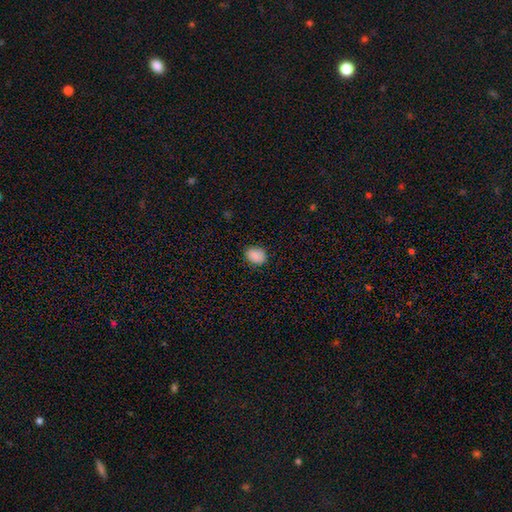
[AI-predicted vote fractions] Smooth or featured?
  - smooth: 89% *
  - star or artifact: 8%
  - featured or disk: 4%
How rounded?
  - in between: 55% *
  - round: 44%
  - cigar-shaped: 1%
Merging?
  - none: 85% *
  - minor disturbance: 12%
  - major disturbance: 2%
  - merger: 1%